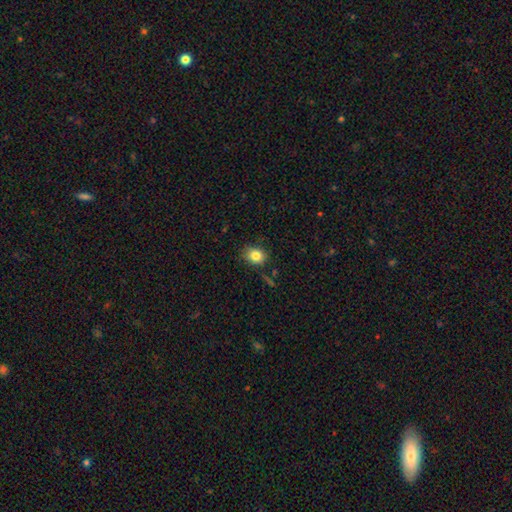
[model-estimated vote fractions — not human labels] A smooth galaxy with no disk features (83%) that is in between round and cigar-shaped (52%).

Vote fractions:
- Smooth or featured? smooth: 83% / star or artifact: 10% / featured or disk: 7%
- How rounded? in between: 52% / round: 47% / cigar-shaped: 1%
- Merging? none: 81% / minor disturbance: 14% / major disturbance: 3% / merger: 2%